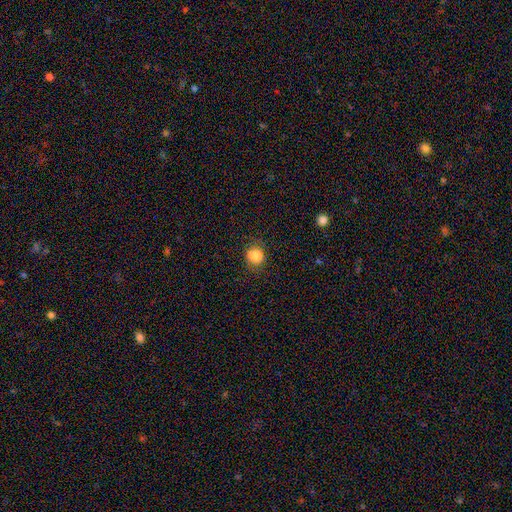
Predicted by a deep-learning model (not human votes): This is clearly a smooth galaxy (80%). How rounded: likely round (77%). Merging: likely none (72%).